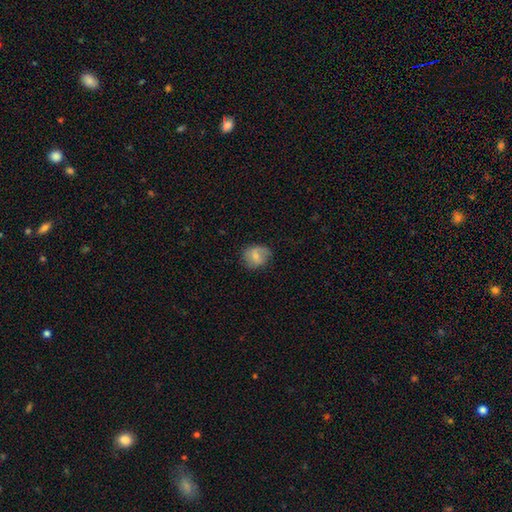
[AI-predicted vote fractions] Smooth or featured? Predicted: smooth (p=0.64). How rounded? Predicted: round (p=0.63). Merging? Predicted: none (p=0.64).